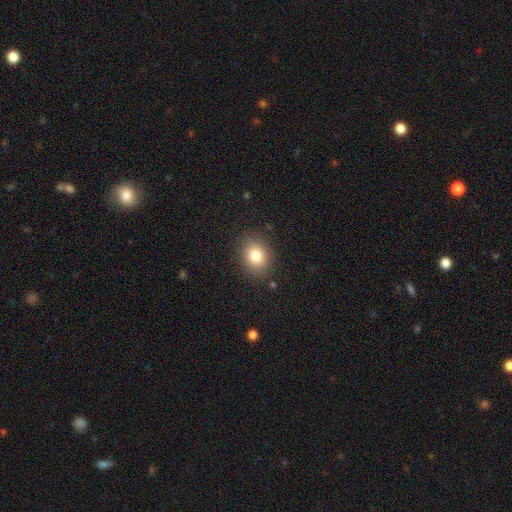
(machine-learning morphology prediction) Q: Smooth or featured?
A: smooth (80%); runner-up: star or artifact (11%)
Q: How rounded?
A: round (59%); runner-up: in between (40%)
Q: Merging?
A: none (87%); runner-up: minor disturbance (9%)